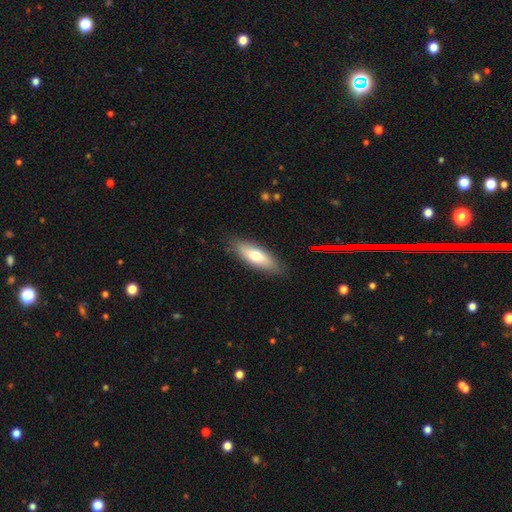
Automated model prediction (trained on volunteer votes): Morphology: type=smooth (67%); roundness=in between (63%); merging=none (85%).